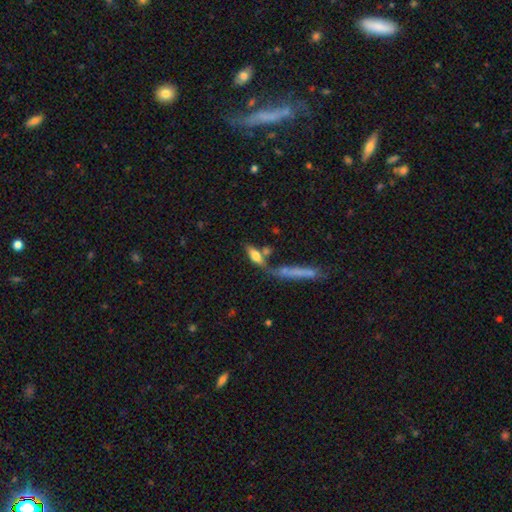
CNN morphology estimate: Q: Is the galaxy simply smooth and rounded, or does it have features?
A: smooth — 66%.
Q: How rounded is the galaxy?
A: in between — 54%.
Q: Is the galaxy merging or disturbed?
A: none — 50%.